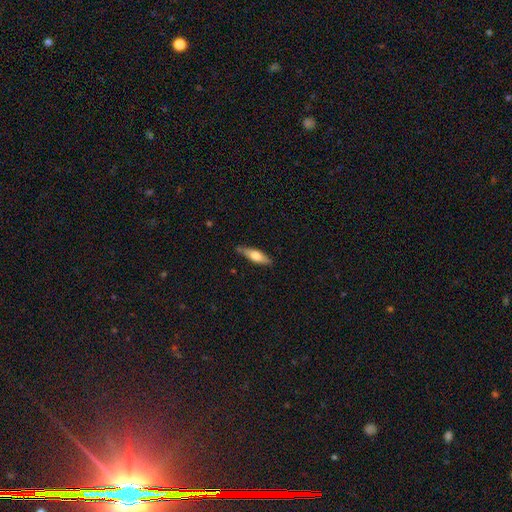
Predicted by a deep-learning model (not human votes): Smooth or featured? smooth (52%)
How rounded? cigar-shaped (60%)
Merging? none (80%)